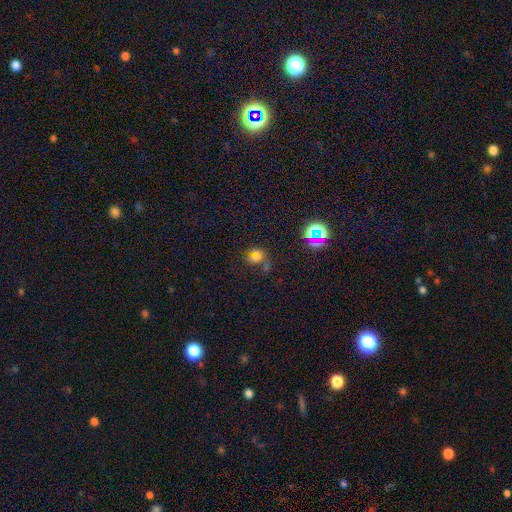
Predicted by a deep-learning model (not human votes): This appears to be a star or artifact, not a galaxy (46%).